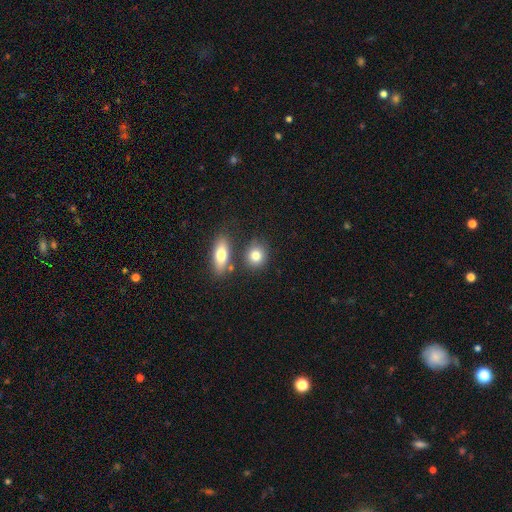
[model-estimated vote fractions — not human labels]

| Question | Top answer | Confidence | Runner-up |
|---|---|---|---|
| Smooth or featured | smooth | 81% | featured or disk (10%) |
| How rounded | round | 66% | in between (31%) |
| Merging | none | 70% | merger (15%) |